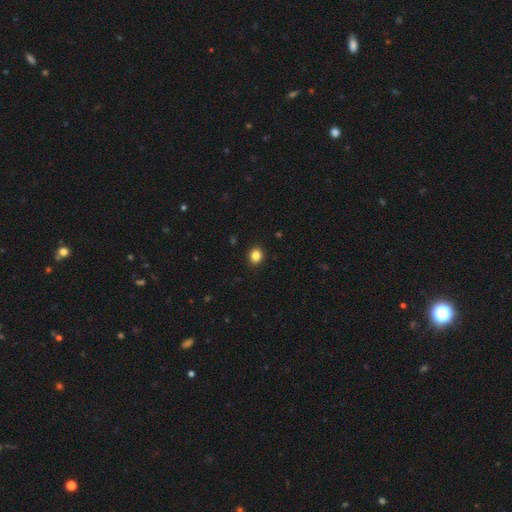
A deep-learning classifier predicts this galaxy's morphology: This is clearly a smooth galaxy (85%). How rounded: likely round (78%). Merging: clearly none (92%).